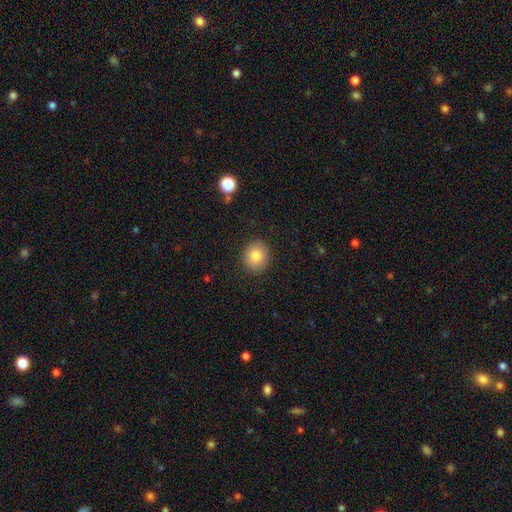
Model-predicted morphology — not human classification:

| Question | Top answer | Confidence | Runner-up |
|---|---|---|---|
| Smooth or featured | smooth | 82% | star or artifact (10%) |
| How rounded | round | 72% | in between (27%) |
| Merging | none | 89% | minor disturbance (8%) |